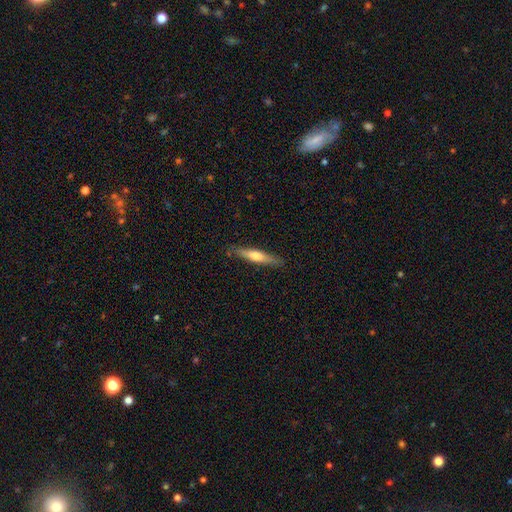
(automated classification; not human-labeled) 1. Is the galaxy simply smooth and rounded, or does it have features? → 53% smooth, 42% featured or disk, 6% star or artifact.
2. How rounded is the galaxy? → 86% cigar-shaped, 12% in between, 1% round.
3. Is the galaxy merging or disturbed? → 86% none, 11% minor disturbance, 2% major disturbance, 1% merger.